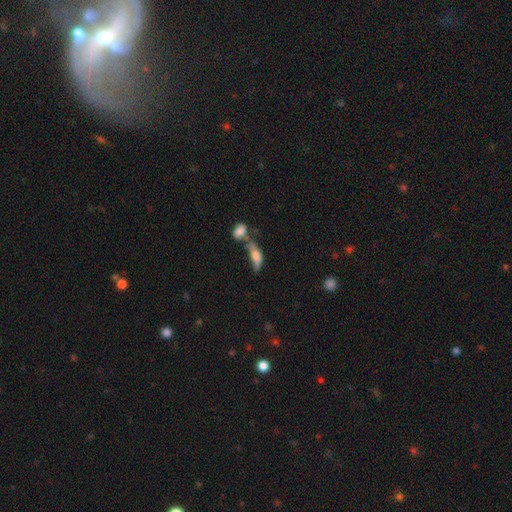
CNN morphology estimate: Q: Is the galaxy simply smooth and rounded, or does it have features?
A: smooth — 68%.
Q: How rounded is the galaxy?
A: in between — 74%.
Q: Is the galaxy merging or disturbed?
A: merger — 47%.